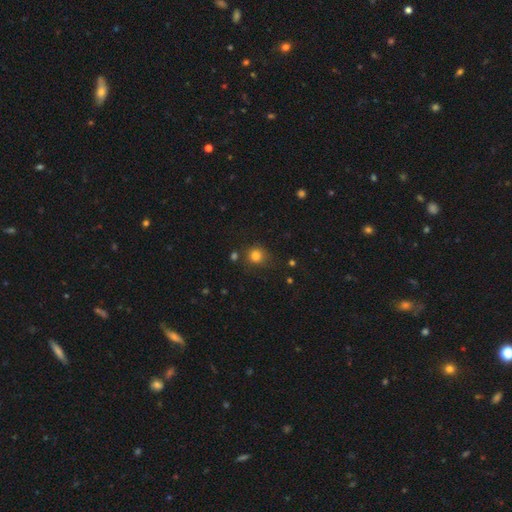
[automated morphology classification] A smooth galaxy with no disk features (81%) that is round (88%). Merging: none (76%).